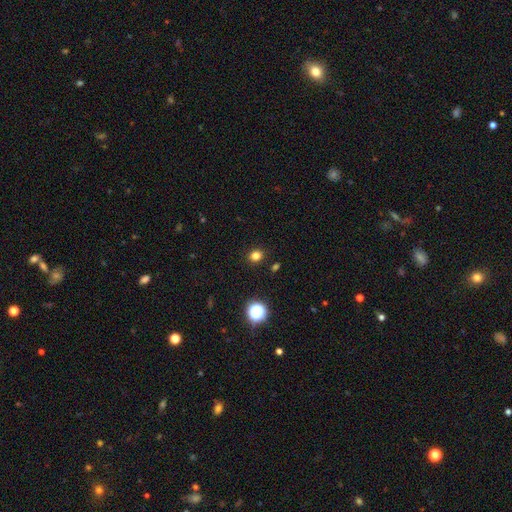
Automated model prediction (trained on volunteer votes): This is likely a smooth galaxy (80%). How rounded: likely round (73%). Merging: clearly none (90%).